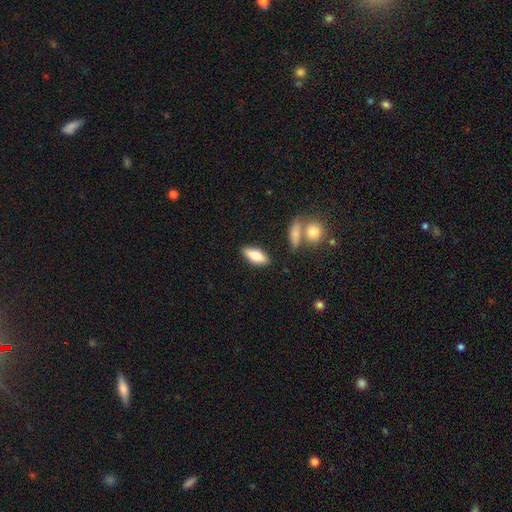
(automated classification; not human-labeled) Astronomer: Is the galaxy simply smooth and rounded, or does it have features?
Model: smooth — 72%.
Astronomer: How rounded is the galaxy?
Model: in between — 75%.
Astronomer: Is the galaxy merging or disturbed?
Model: none — 82%.